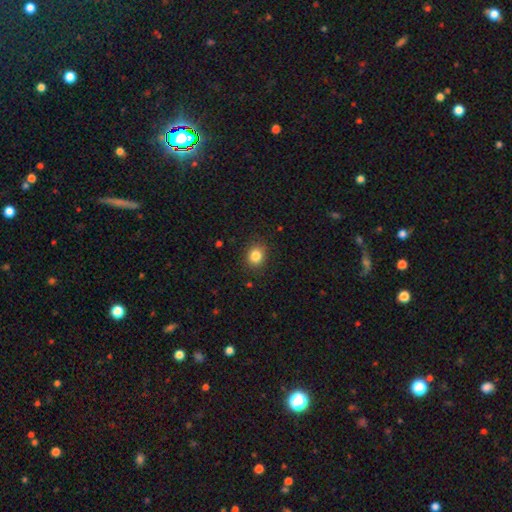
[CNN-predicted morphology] type=smooth (84%); roundness=round (71%); merging=none (87%).